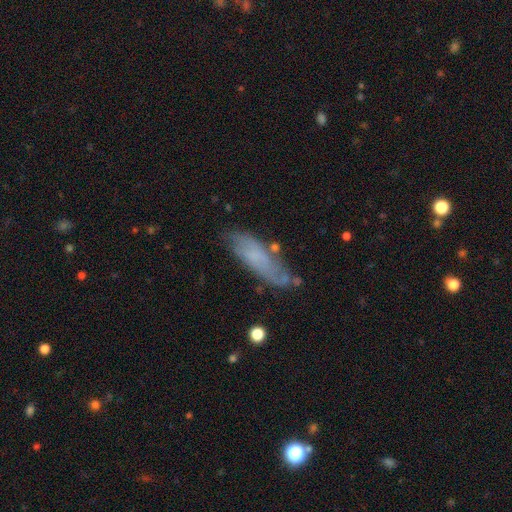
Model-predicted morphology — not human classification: smooth 50%, featured or disk 41%, star or artifact 9%. Down the decision tree: merging — none (60%).